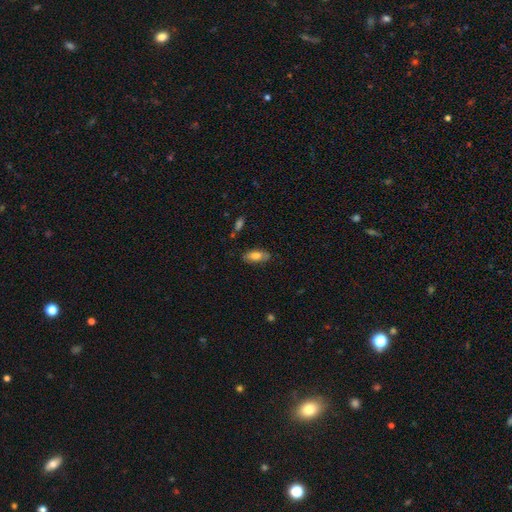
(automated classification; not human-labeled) The model was most divided on "smooth or featured": smooth: 75%, featured or disk: 18%, star or artifact: 7%. More confident: how rounded — in between (85%); merging — none (79%).